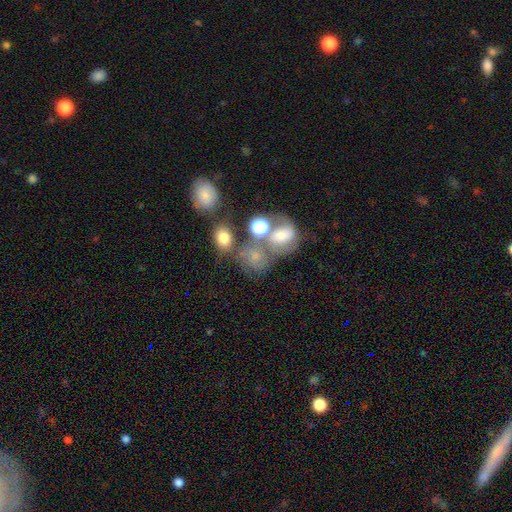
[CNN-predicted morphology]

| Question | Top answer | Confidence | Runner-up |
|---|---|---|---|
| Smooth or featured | smooth | 56% | featured or disk (26%) |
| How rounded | round | 60% | in between (38%) |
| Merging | merger | 38% | none (35%) |